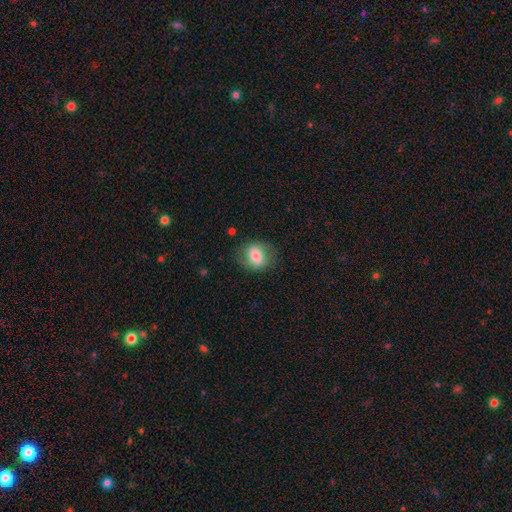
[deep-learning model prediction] Morphology: type=smooth (72%); roundness=in between (59%); merging=none (73%).